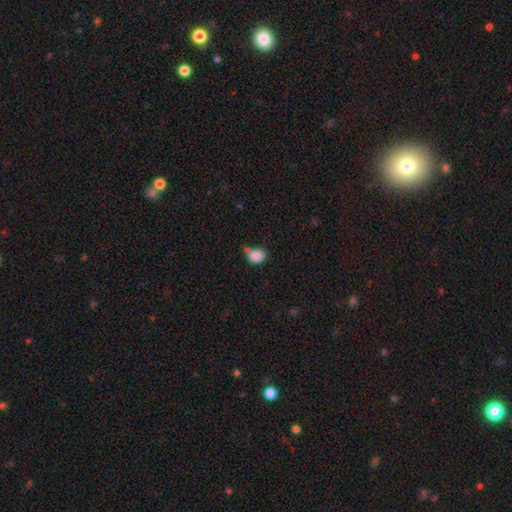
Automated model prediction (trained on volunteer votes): Morphology: type=smooth (85%); roundness=in between (51%); merging=minor disturbance (39%).